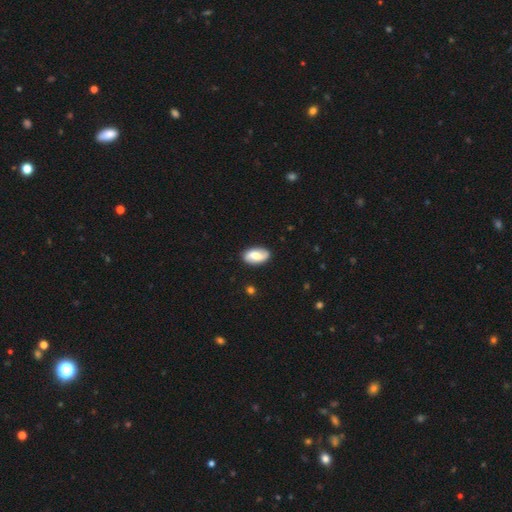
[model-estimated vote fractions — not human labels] This appears to be a featured or disk galaxy (49%). Merging: none (84%).